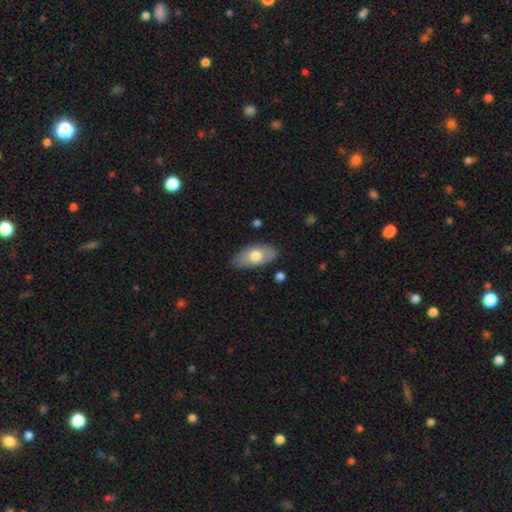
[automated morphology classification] Q: Smooth or featured?
A: smooth (67%); runner-up: featured or disk (28%)
Q: How rounded?
A: in between (92%); runner-up: round (4%)
Q: Merging?
A: none (77%); runner-up: minor disturbance (18%)